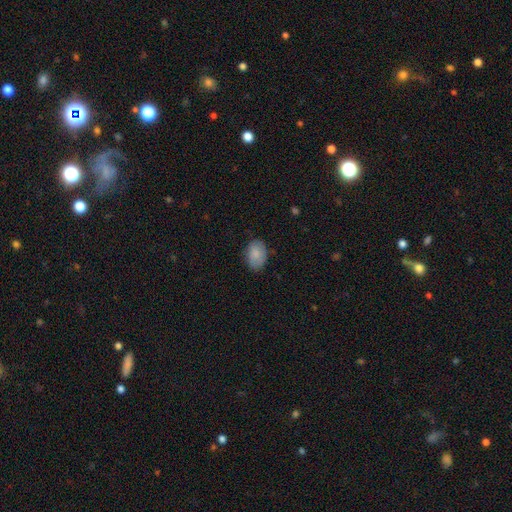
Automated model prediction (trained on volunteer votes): smooth-or-featured: smooth: 85% | featured or disk: 8% | star or artifact: 7%
  how-rounded: in between: 85% | round: 14% | cigar-shaped: 1%
  merging: none: 80% | minor disturbance: 16% | major disturbance: 3% | merger: 1%